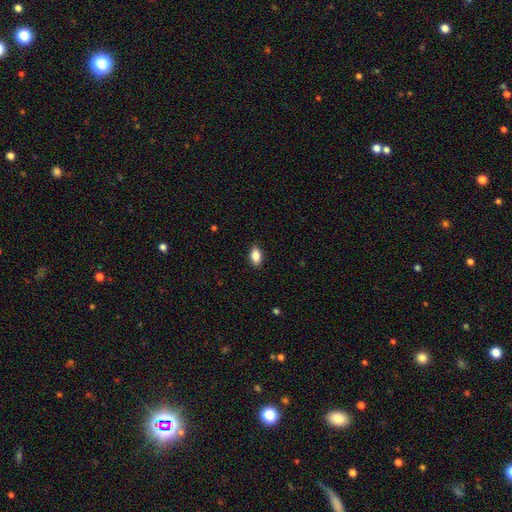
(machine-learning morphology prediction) A smooth galaxy with no disk features (85%) that is in between round and cigar-shaped (89%). Merging: none (88%).